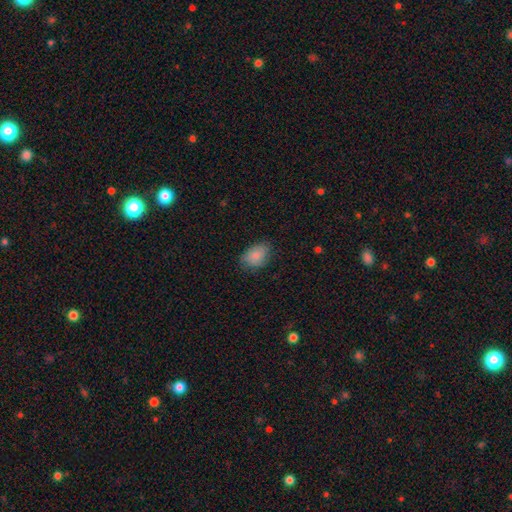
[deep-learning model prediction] Morphology: type=smooth (86%); roundness=in between (86%); merging=none (75%).